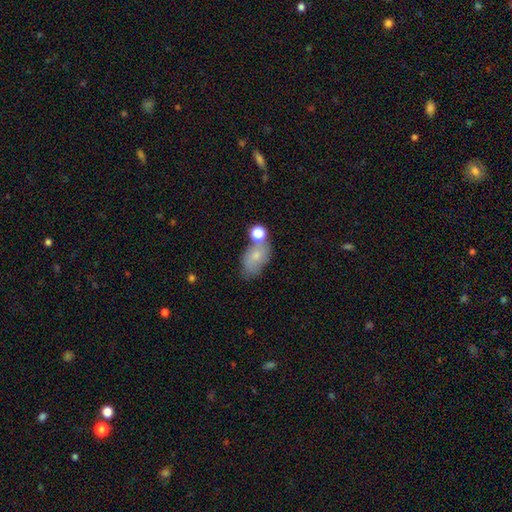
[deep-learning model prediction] smooth_or_featured: smooth (p=0.72) [alt: featured or disk p=0.17]
how_rounded: in between (p=0.85) [alt: round p=0.13]
merging: none (p=0.49) [alt: merger p=0.23]